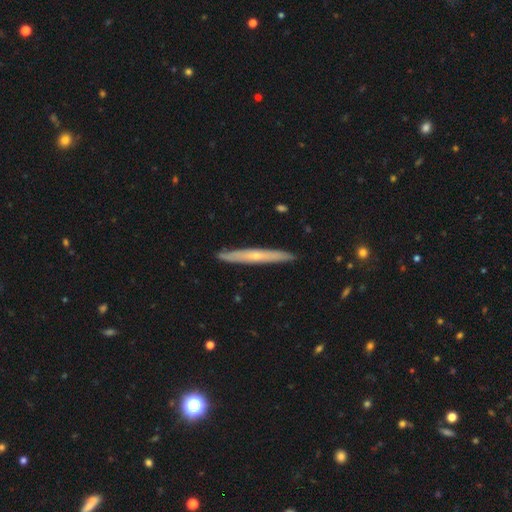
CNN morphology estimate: Smooth or featured?
  - featured or disk: 60% *
  - smooth: 34%
  - star or artifact: 6%
Edge-on disk?
  - yes: 93% *
  - no: 7%
Edge-on bulge?
  - rounded: 59% *
  - none: 39%
  - boxy: 2%
Merging?
  - none: 90% *
  - minor disturbance: 7%
  - major disturbance: 1%
  - merger: 1%